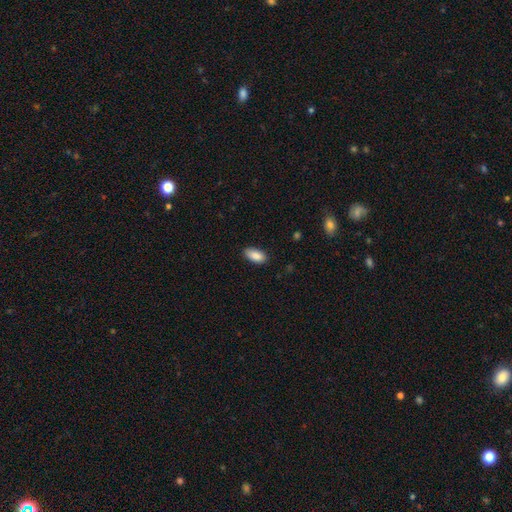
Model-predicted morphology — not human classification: smooth 89%, star or artifact 7%, featured or disk 4%. Down the decision tree: how rounded — in between (92%); merging — none (84%).